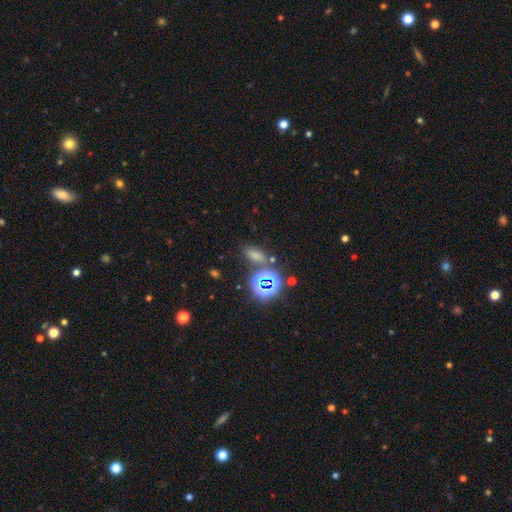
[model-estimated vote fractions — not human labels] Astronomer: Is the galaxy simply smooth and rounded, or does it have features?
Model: smooth — 60%.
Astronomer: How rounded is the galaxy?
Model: in between — 75%.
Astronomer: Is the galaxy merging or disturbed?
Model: none — 72%.